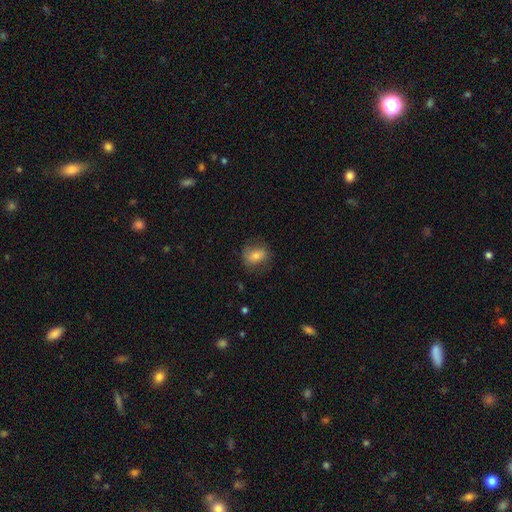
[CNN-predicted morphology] smooth-or-featured: smooth: 69% | featured or disk: 23% | star or artifact: 9%
  how-rounded: in between: 57% | round: 41% | cigar-shaped: 2%
  merging: none: 71% | minor disturbance: 19% | major disturbance: 8% | merger: 1%